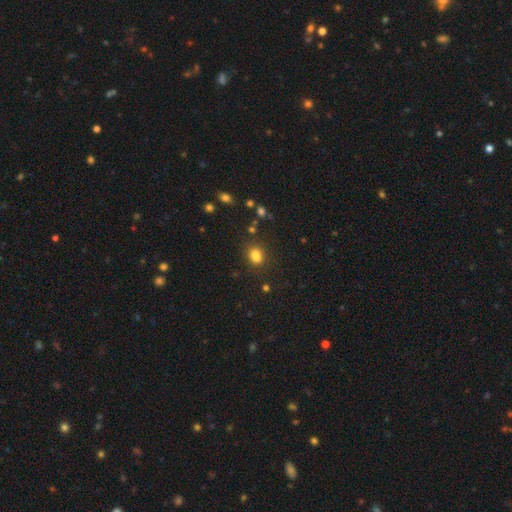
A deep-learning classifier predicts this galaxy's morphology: smooth_or_featured: smooth (p=0.78) [alt: star or artifact p=0.14]
how_rounded: in between (p=0.56) [alt: round p=0.43]
merging: none (p=0.65) [alt: merger p=0.15]